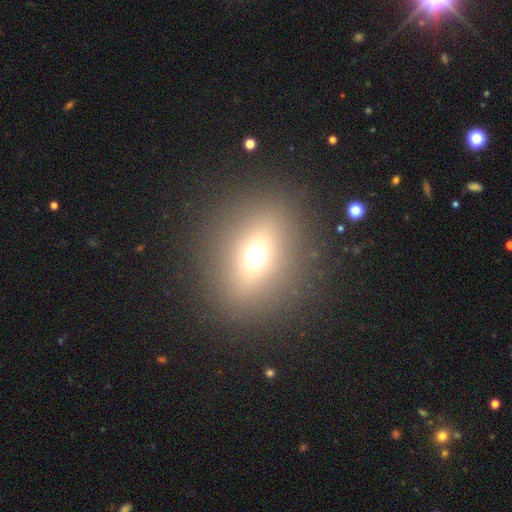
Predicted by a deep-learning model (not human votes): This appears to be a smooth galaxy with no disk features (63%) that is round (61%). Merging: none (86%).